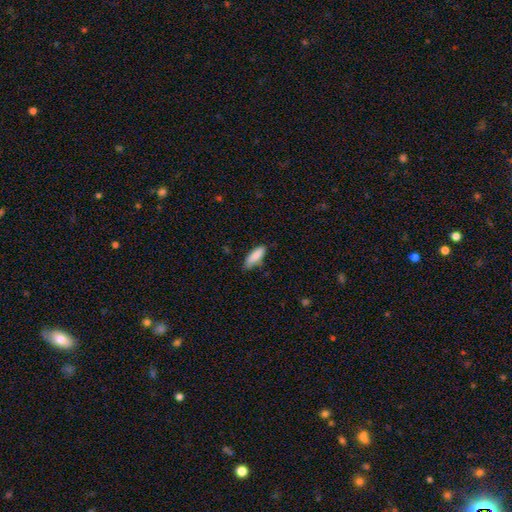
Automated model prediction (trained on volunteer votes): Smooth or featured?
  - smooth: 87% *
  - featured or disk: 7%
  - star or artifact: 6%
How rounded?
  - in between: 63% *
  - cigar-shaped: 36%
  - round: 2%
Merging?
  - none: 70% *
  - minor disturbance: 24%
  - major disturbance: 4%
  - merger: 2%